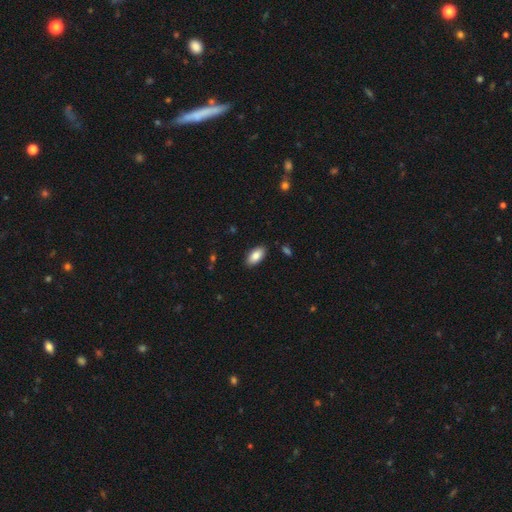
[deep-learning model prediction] Morphology: type=smooth (85%); roundness=in between (93%); merging=none (88%).